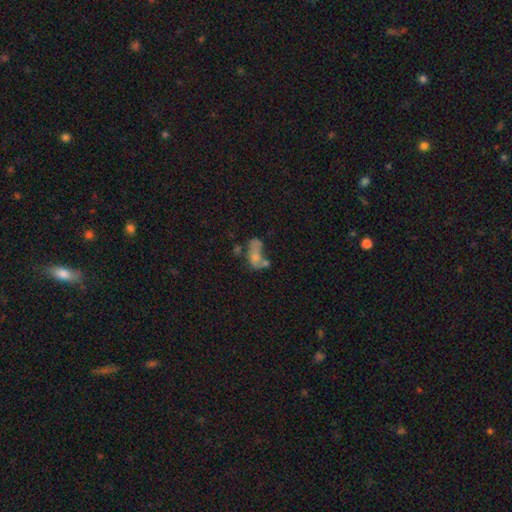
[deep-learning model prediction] Morphology: type=smooth (48%); merging=merger (45%).